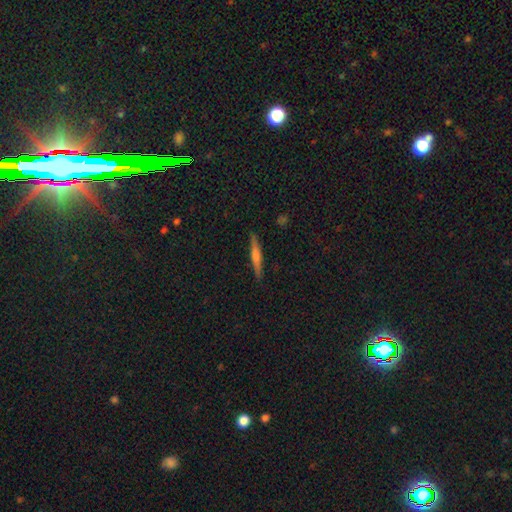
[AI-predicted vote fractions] A featured or disk galaxy (59%) viewed edge-on (97%) with a rounded central bulge (69%).

Vote fractions:
- Smooth or featured? featured or disk: 59% / smooth: 34% / star or artifact: 7%
- Edge-on disk? yes: 97% / no: 3%
- Edge-on bulge? rounded: 69% / none: 18% / boxy: 14%
- Merging? none: 90% / minor disturbance: 7% / major disturbance: 1% / merger: 1%